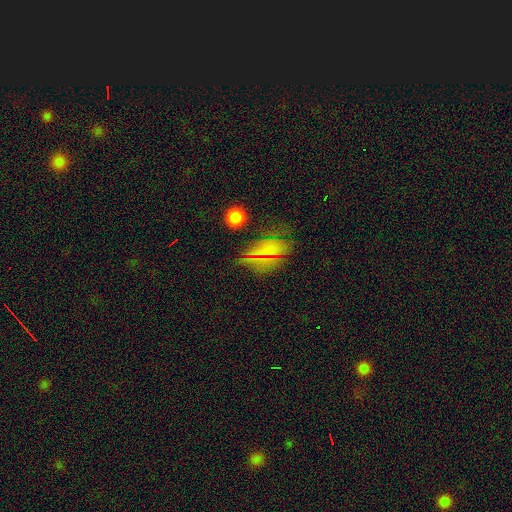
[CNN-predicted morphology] Smooth or featured?
  - smooth: 51% *
  - star or artifact: 36%
  - featured or disk: 13%
How rounded?
  - in between: 61% *
  - round: 33%
  - cigar-shaped: 6%
Merging?
  - none: 75% *
  - minor disturbance: 15%
  - major disturbance: 6%
  - merger: 3%